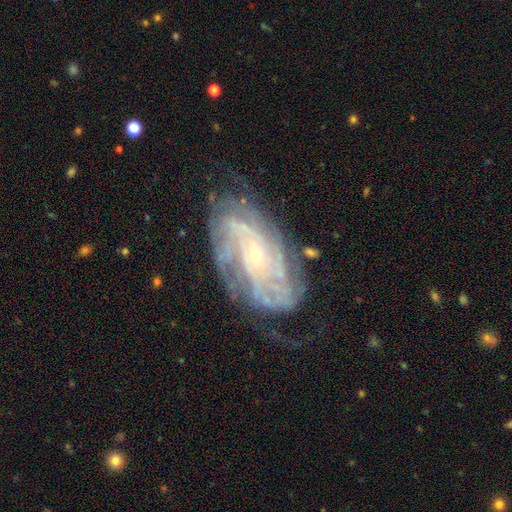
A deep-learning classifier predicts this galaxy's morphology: Q: Smooth or featured?
A: featured or disk (86%); runner-up: smooth (7%)
Q: Edge-on disk?
A: no (95%); runner-up: yes (5%)
Q: Bar?
A: no (74%); runner-up: weak (20%)
Q: Spiral arms?
A: yes (95%); runner-up: no (5%)
Q: Spiral winding?
A: tight (66%); runner-up: medium (27%)
Q: Spiral arm count?
A: can't tell (35%); runner-up: 4 (20%)
Q: Bulge size?
A: small (83%); runner-up: moderate (13%)
Q: Merging?
A: none (69%); runner-up: minor disturbance (19%)